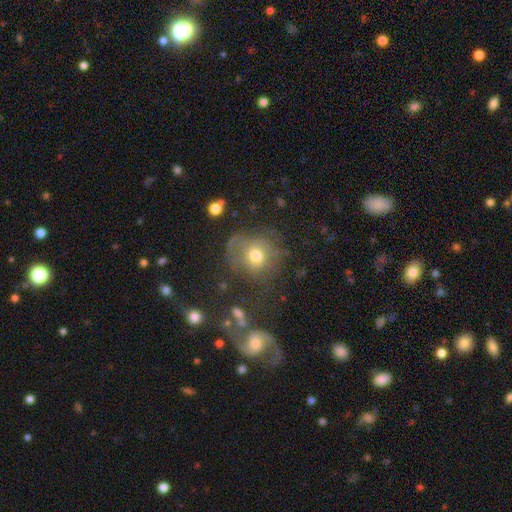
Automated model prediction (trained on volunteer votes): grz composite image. It shows a smooth galaxy with no disk features (59%) that is round (80%). Merging: none (53%).